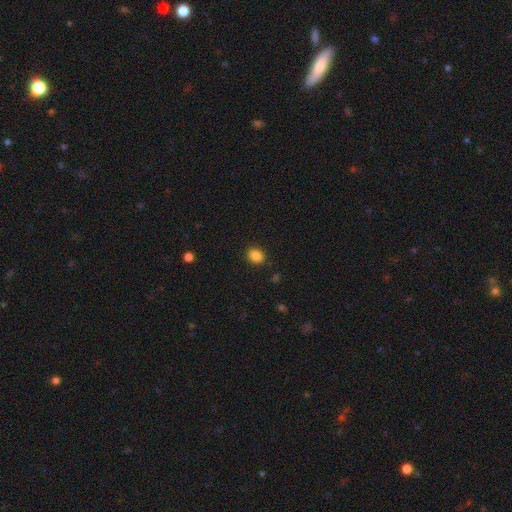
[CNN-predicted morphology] This appears to be a smooth galaxy with no disk features (86%) that is round (53%). Merging: none (90%).